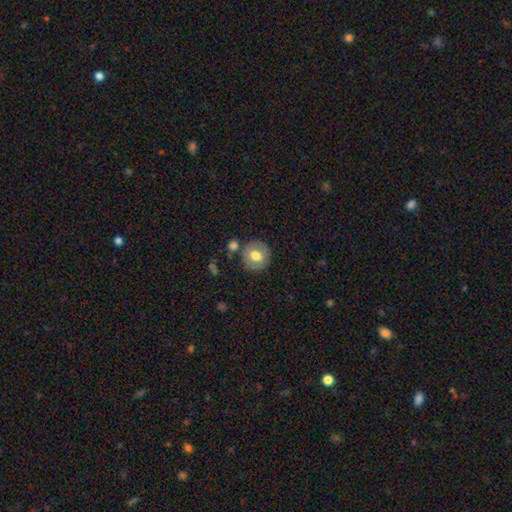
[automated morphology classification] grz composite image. It shows a smooth galaxy with no disk features (62%) that is round (88%). Merging: none (78%).